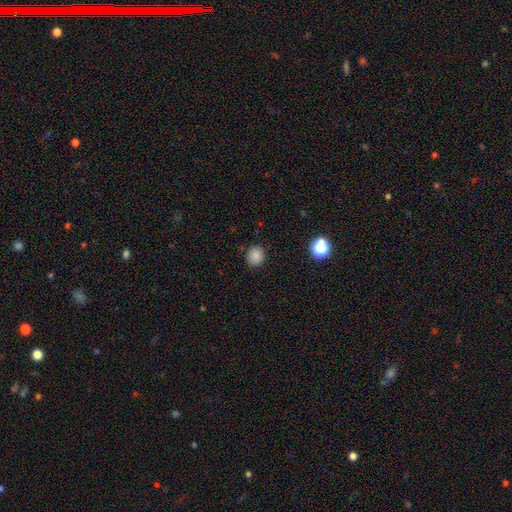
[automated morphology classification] This appears to be a smooth galaxy with no disk features (84%) that is round (82%). Merging: none (88%).